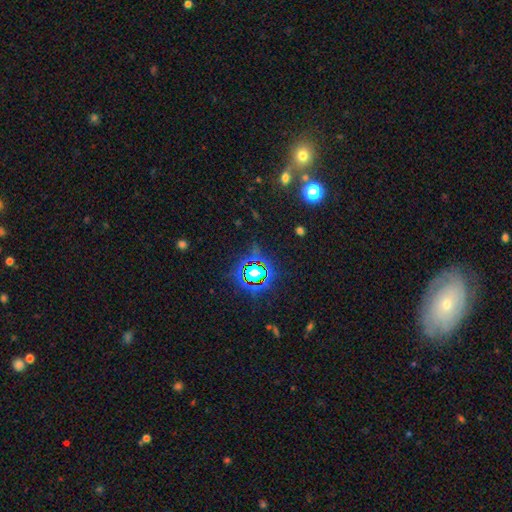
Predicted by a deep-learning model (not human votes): Smooth or featured? star or artifact (77%)